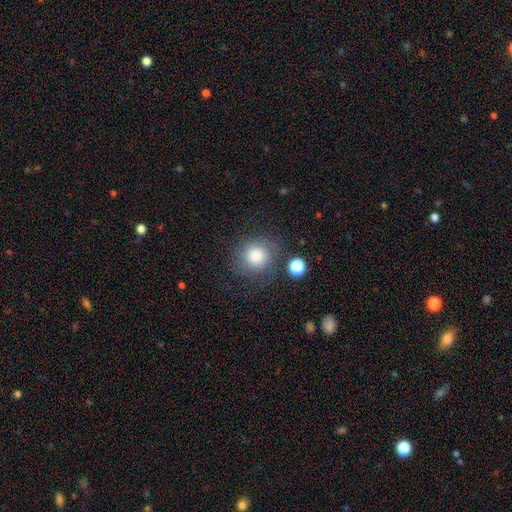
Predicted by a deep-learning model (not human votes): Morphology: type=smooth (78%); roundness=round (87%); merging=none (70%).